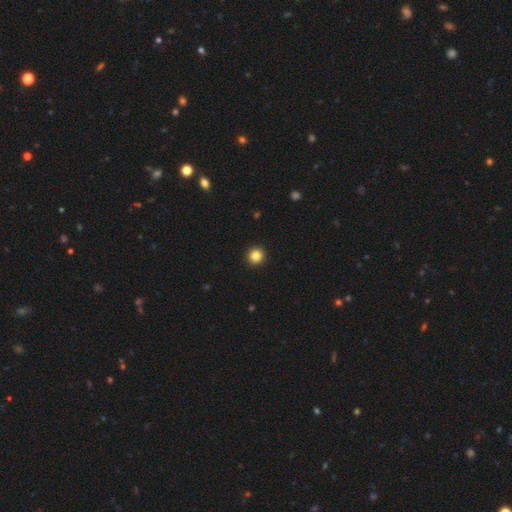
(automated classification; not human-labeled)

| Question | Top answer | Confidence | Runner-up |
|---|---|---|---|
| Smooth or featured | smooth | 85% | star or artifact (11%) |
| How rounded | round | 96% | in between (3%) |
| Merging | none | 94% | minor disturbance (4%) |